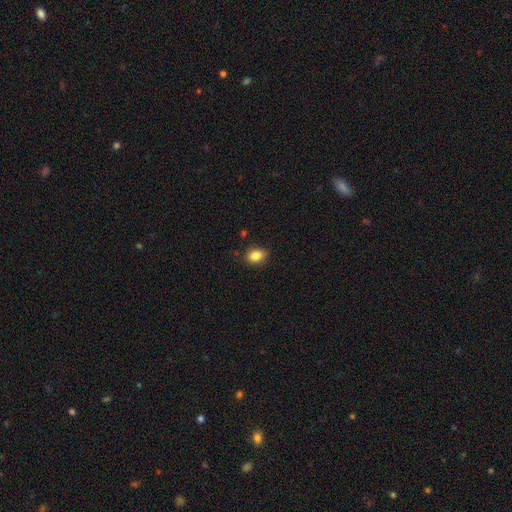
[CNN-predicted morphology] This appears to be a smooth galaxy with no disk features (85%) that is in between round and cigar-shaped (64%). Merging: none (83%).